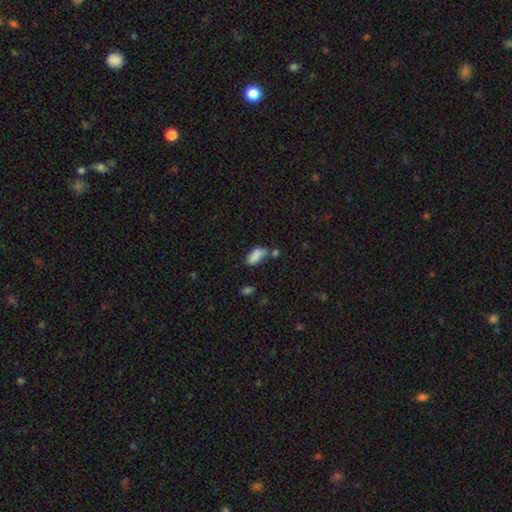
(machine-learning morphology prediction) smooth_or_featured: smooth (p=0.84) [alt: star or artifact p=0.09]
how_rounded: in between (p=0.88) [alt: cigar-shaped p=0.09]
merging: none (p=0.47) [alt: minor disturbance p=0.23]